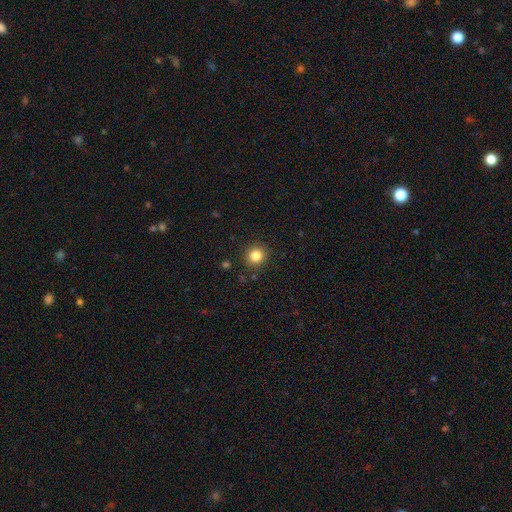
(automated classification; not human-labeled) smooth 84%, star or artifact 11%, featured or disk 5%. Down the decision tree: how rounded — round (89%); merging — none (90%).